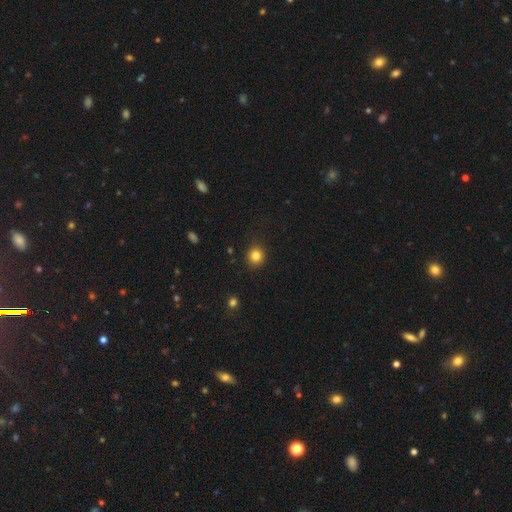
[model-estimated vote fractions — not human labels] Smooth or featured? Predicted: smooth (p=0.83). How rounded? Predicted: round (p=0.90). Merging? Predicted: none (p=0.90).